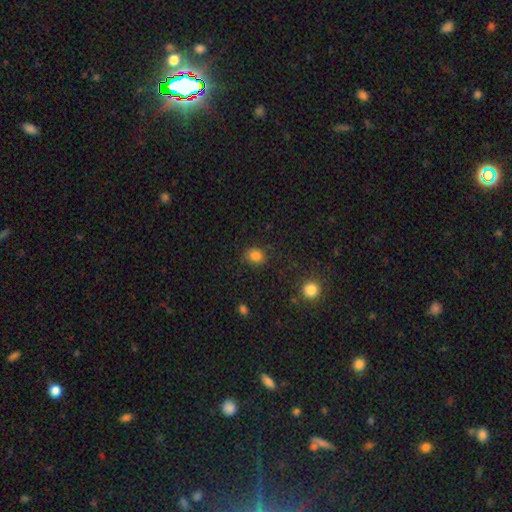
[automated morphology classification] A smooth galaxy with no disk features (83%) that is round (64%).

Vote fractions:
- Smooth or featured? smooth: 83% / star or artifact: 12% / featured or disk: 4%
- How rounded? round: 64% / in between: 35% / cigar-shaped: 1%
- Merging? none: 82% / minor disturbance: 12% / major disturbance: 4% / merger: 2%